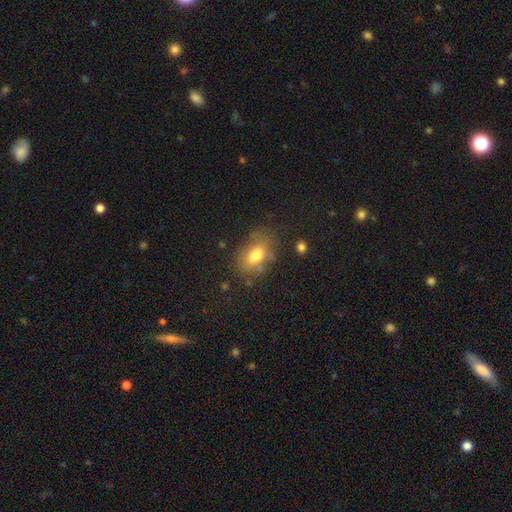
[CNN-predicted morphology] type=smooth (73%); roundness=in between (82%); merging=none (66%).